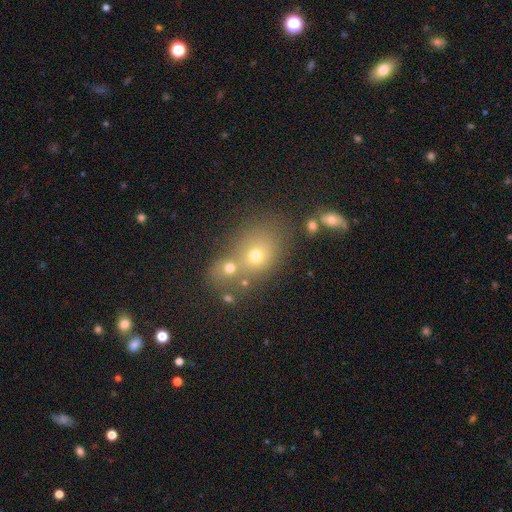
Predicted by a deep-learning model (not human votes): Overall: smooth (62%). How rounded: round (51%; in between 48%). Merging: merger (46%; none 38%).